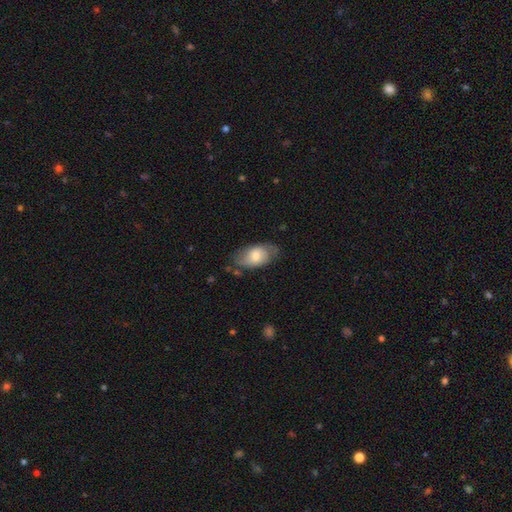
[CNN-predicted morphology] This is likely a smooth galaxy (66%). How rounded: clearly in between (91%). Merging: likely none (68%).